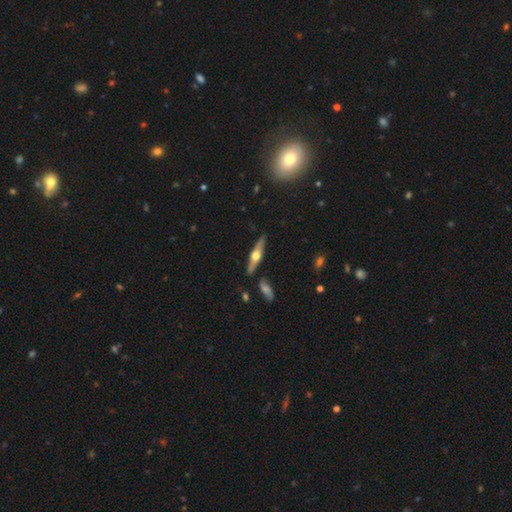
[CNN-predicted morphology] Smooth or featured?
  - featured or disk: 66% *
  - smooth: 28%
  - star or artifact: 5%
Edge-on disk?
  - yes: 94% *
  - no: 6%
Edge-on bulge?
  - rounded: 95% *
  - boxy: 3%
  - none: 2%
Merging?
  - none: 86% *
  - minor disturbance: 9%
  - merger: 3%
  - major disturbance: 2%